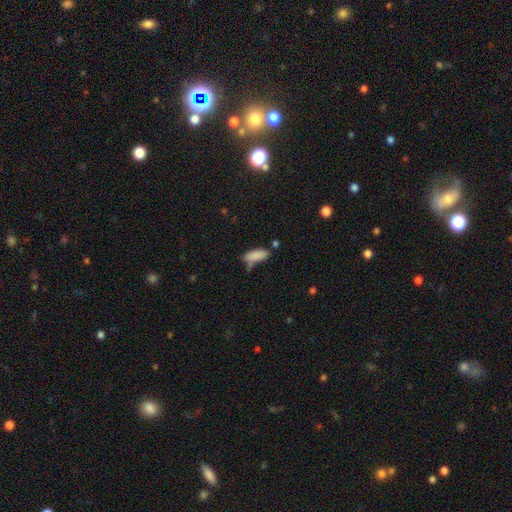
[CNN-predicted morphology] smooth_or_featured: smooth (p=0.85) [alt: star or artifact p=0.08]
how_rounded: in between (p=0.76) [alt: cigar-shaped p=0.21]
merging: none (p=0.51) [alt: minor disturbance p=0.28]